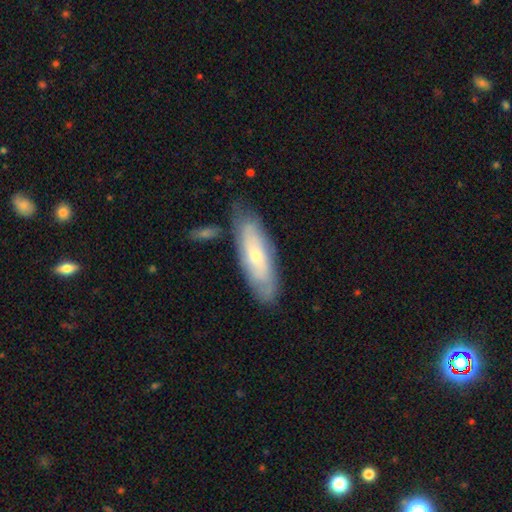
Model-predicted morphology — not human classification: This is possibly a featured or disk galaxy (50%). Merging: likely none (71%).